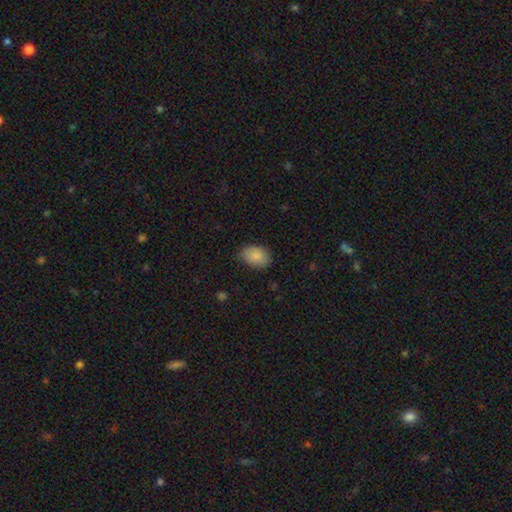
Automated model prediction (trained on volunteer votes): Smooth or featured? smooth (86%)
How rounded? in between (78%)
Merging? none (70%)